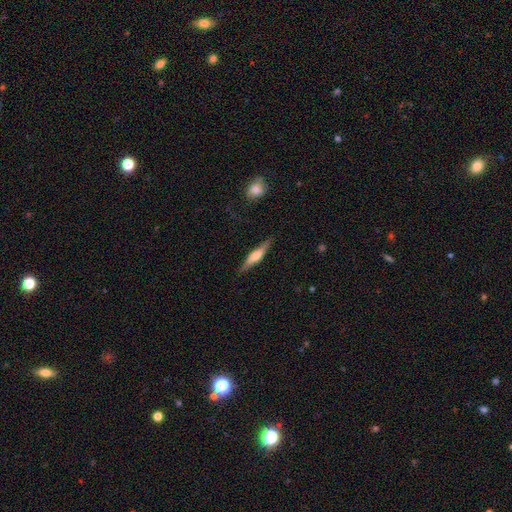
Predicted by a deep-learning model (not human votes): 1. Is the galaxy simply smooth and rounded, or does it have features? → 58% featured or disk, 36% smooth, 6% star or artifact.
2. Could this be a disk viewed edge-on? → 95% yes, 5% no.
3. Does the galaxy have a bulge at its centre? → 79% rounded, 15% boxy, 6% none.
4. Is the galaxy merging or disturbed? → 85% none, 11% minor disturbance, 2% major disturbance, 1% merger.